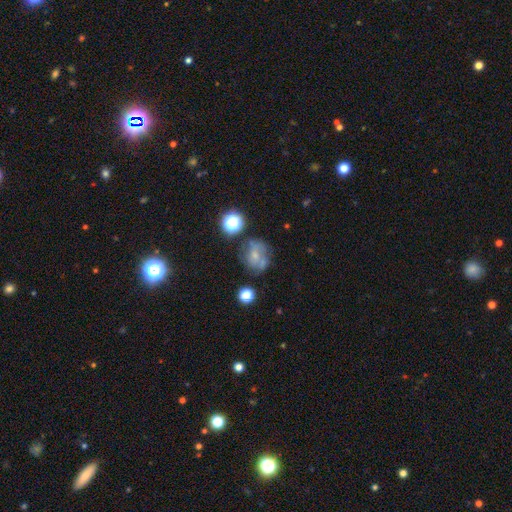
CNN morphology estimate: Smooth or featured? smooth (48%)
Merging? none (49%)